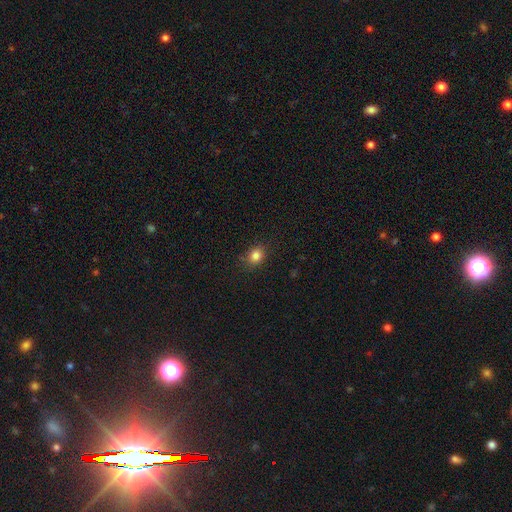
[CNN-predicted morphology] smooth 84%, star or artifact 11%, featured or disk 5%. Down the decision tree: how rounded — round (55%); merging — none (83%).